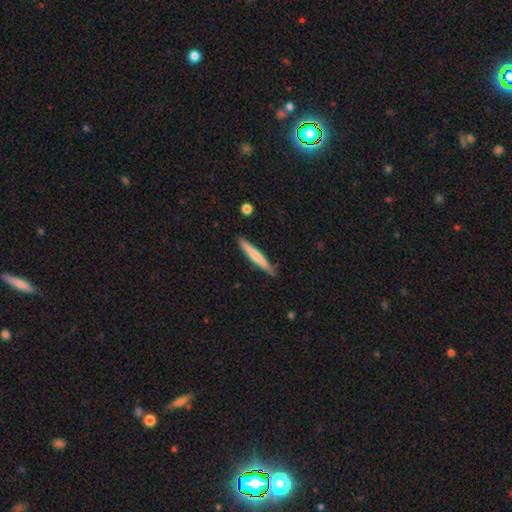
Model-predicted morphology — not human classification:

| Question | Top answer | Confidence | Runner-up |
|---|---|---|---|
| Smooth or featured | smooth | 66% | featured or disk (29%) |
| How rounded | cigar-shaped | 95% | in between (4%) |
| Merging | none | 85% | minor disturbance (12%) |